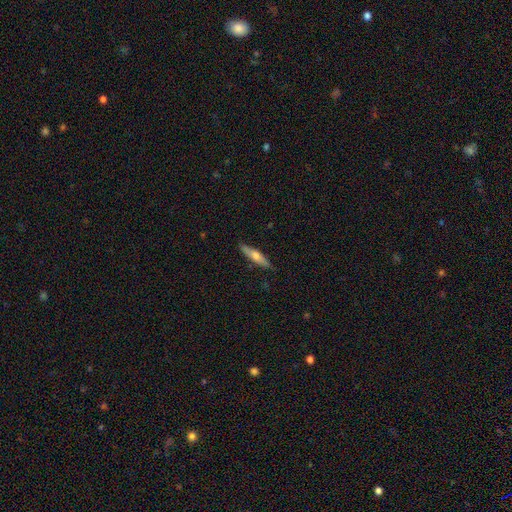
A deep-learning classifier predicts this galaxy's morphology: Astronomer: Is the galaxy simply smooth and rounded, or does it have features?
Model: smooth — 49% (runner-up: featured or disk, 45%).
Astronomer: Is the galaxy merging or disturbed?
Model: none — 87%.